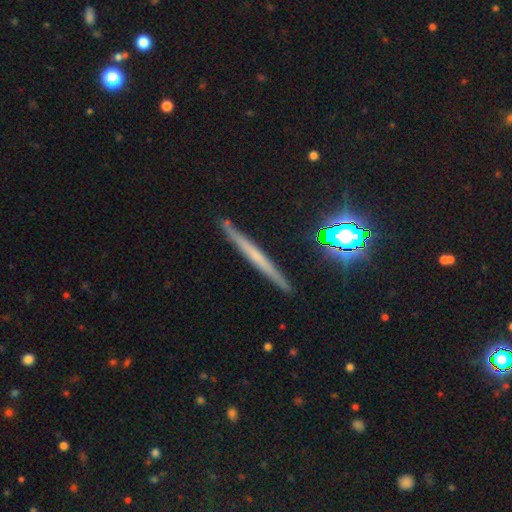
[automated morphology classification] A featured or disk galaxy (51%) viewed edge-on (96%).

Vote fractions:
- Smooth or featured? featured or disk: 51% / smooth: 37% / star or artifact: 12%
- Edge-on disk? yes: 96% / no: 4%
- Merging? none: 89% / minor disturbance: 8% / major disturbance: 1% / merger: 1%